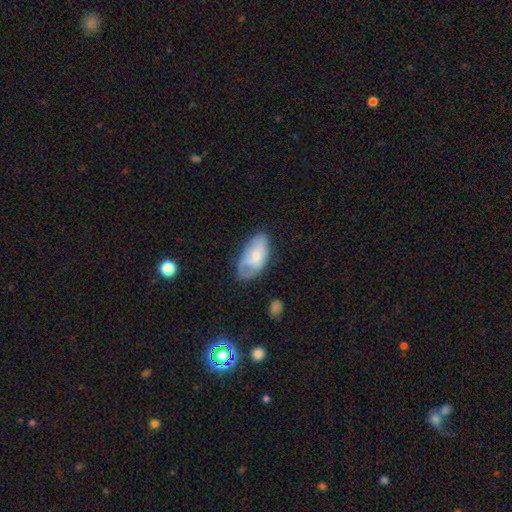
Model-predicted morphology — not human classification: This appears to be a smooth galaxy with no disk features (63%) that is in between round and cigar-shaped (93%). Merging: none (53%).